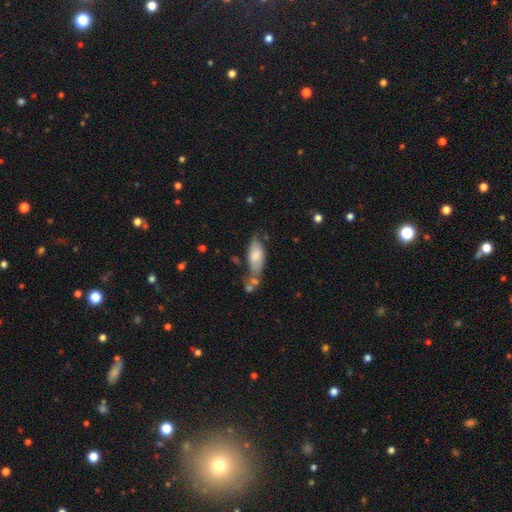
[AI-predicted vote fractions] Q: Smooth or featured?
A: smooth (64%); runner-up: featured or disk (29%)
Q: How rounded?
A: in between (78%); runner-up: cigar-shaped (19%)
Q: Merging?
A: none (39%); runner-up: minor disturbance (27%)